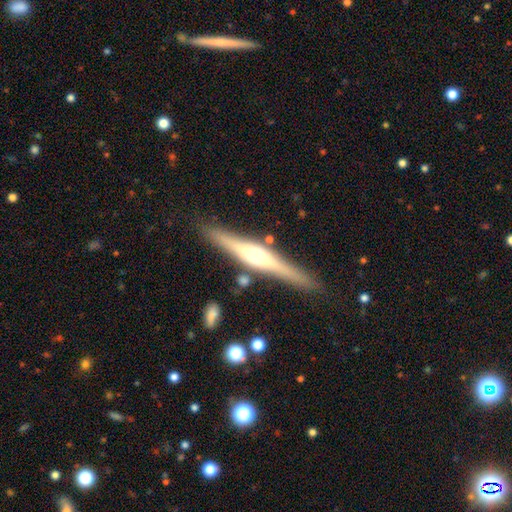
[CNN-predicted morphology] Smooth or featured? Predicted: featured or disk (p=0.74). Edge-on disk? Predicted: yes (p=0.97). Edge-on bulge? Predicted: rounded (p=0.89). Merging? Predicted: none (p=0.86).